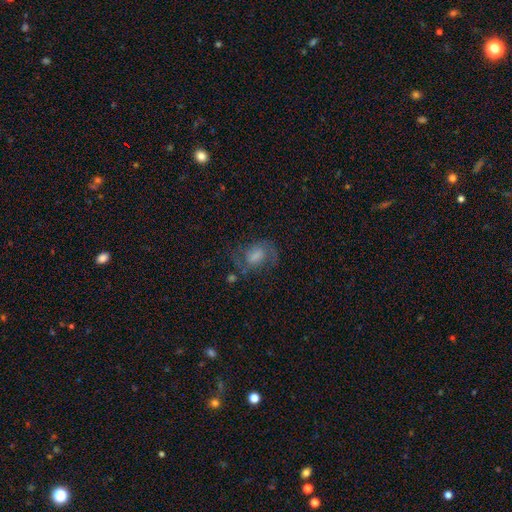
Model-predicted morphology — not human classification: Overall: featured or disk (57%; smooth 33%). Edge-on disk: no (97%). Bar: weak (49%; no 34%). Spiral arms: yes (86%). Bulge size: none (28%; moderate 27%). Merging: none (53%; major disturbance 22%).